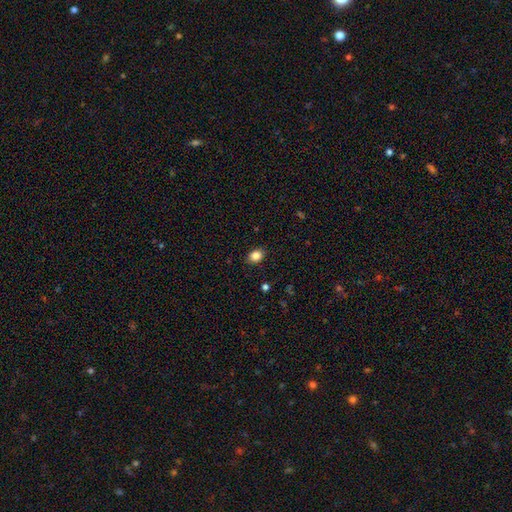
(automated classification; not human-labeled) This is clearly a smooth galaxy (86%). How rounded: likely in between (61%). Merging: clearly none (88%).